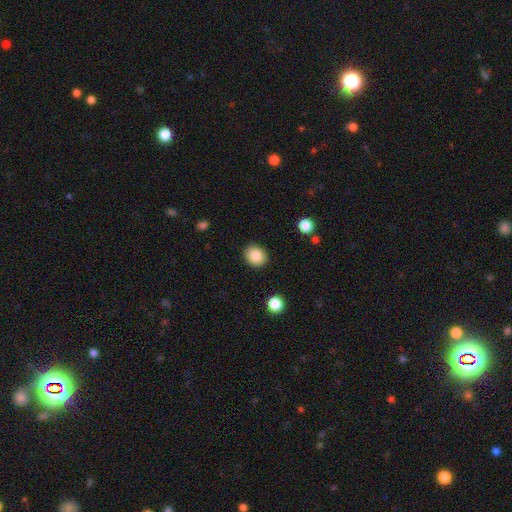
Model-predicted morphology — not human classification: Overall: smooth (85%). How rounded: round (67%; in between 32%). Merging: none (89%).